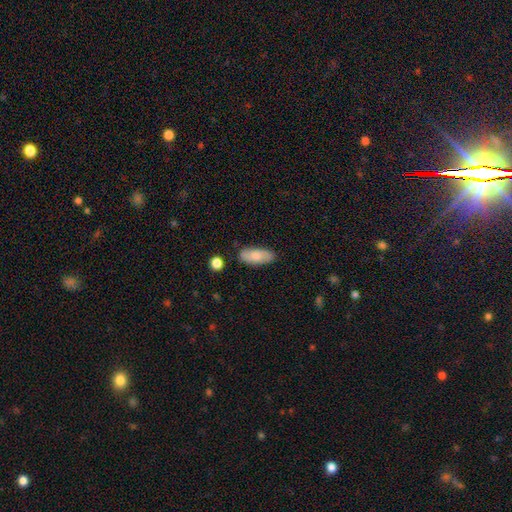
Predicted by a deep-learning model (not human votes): This is likely a smooth galaxy (76%). How rounded: clearly in between (84%). Merging: likely none (80%).